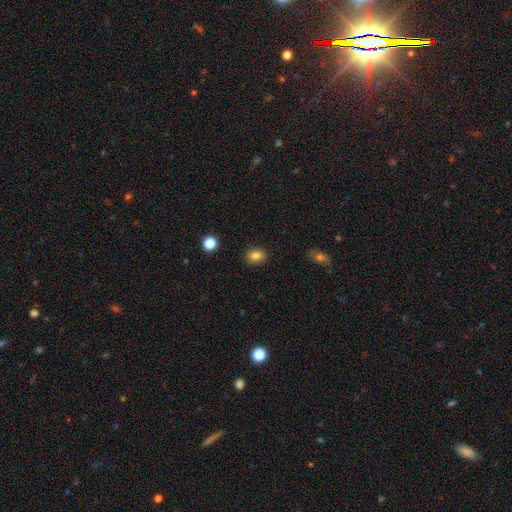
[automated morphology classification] smooth 83%, star or artifact 10%, featured or disk 7%. Down the decision tree: how rounded — in between (56%); merging — none (89%).